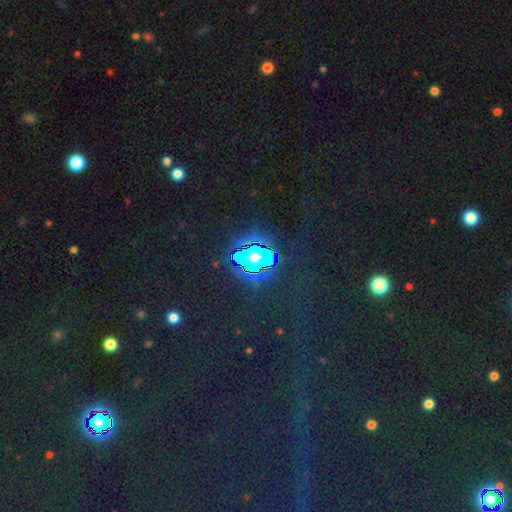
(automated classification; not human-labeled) This is clearly a star or artifact rather than a galaxy (81%).